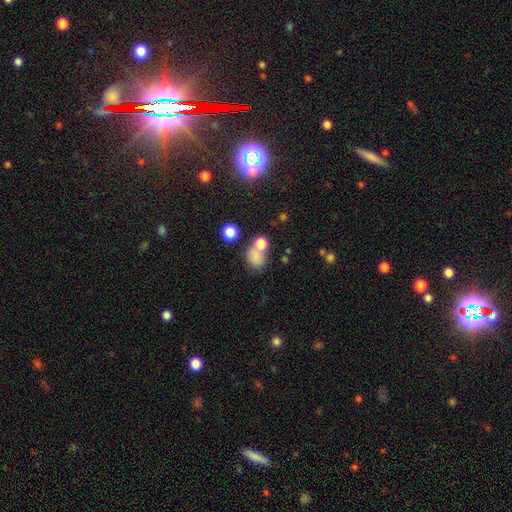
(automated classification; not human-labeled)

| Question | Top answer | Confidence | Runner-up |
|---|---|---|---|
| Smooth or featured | smooth | 76% | star or artifact (15%) |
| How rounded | round | 53% | in between (46%) |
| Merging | none | 45% | merger (32%) |